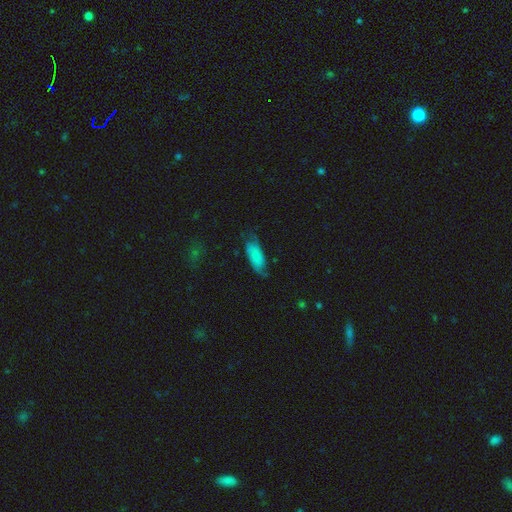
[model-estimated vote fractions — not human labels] This is likely a smooth galaxy (60%). How rounded: likely in between (77%). Merging: possibly none (58%).